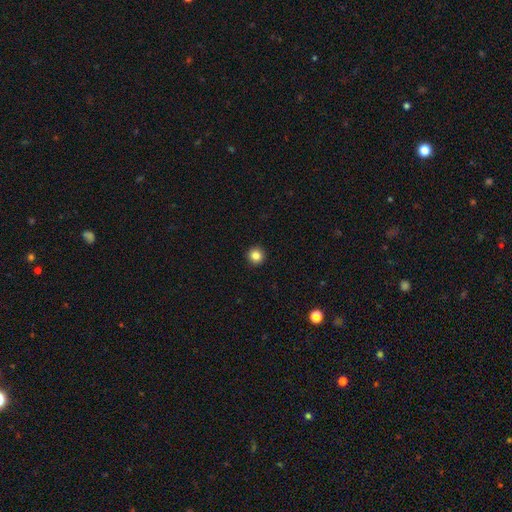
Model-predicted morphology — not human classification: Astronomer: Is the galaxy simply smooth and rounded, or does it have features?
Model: smooth — 85%.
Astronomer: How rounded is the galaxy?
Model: round — 95%.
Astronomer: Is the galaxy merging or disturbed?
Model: none — 94%.